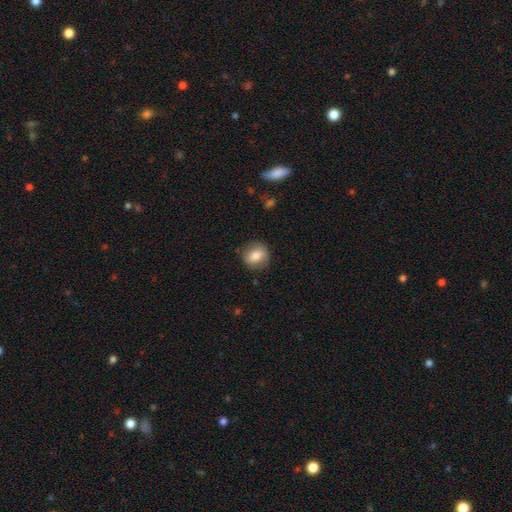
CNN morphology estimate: Smooth or featured: smooth — 75% (featured or disk — 17%)
How rounded: round — 75% (in between — 24%)
Merging: none — 83% (minor disturbance — 12%)